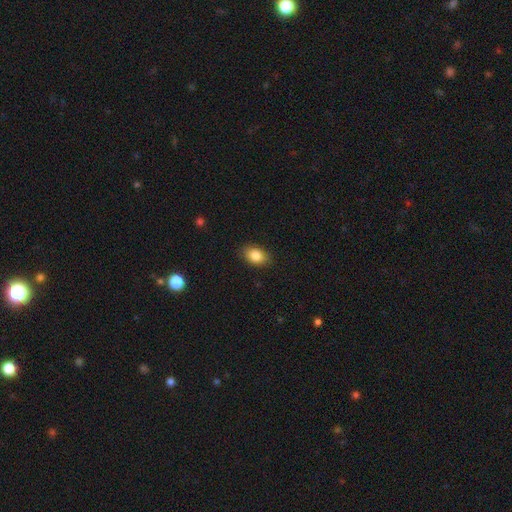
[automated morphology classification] smooth_or_featured: smooth (p=0.85) [alt: star or artifact p=0.08]
how_rounded: in between (p=0.82) [alt: round p=0.17]
merging: none (p=0.87) [alt: minor disturbance p=0.10]